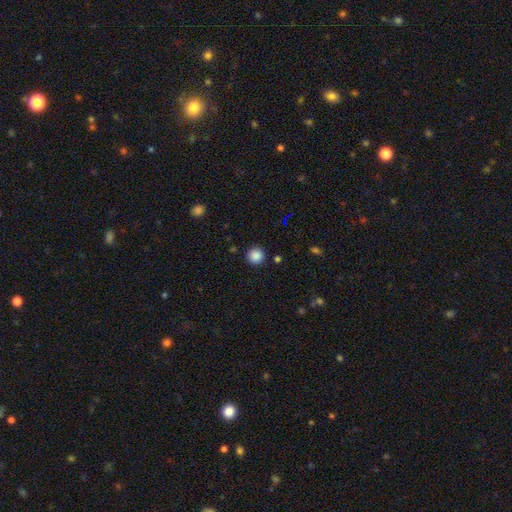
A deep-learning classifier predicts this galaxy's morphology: smooth-or-featured: smooth: 86% | star or artifact: 11% | featured or disk: 3%
  how-rounded: round: 95% | in between: 4% | cigar-shaped: 1%
  merging: none: 90% | minor disturbance: 6% | major disturbance: 2% | merger: 2%